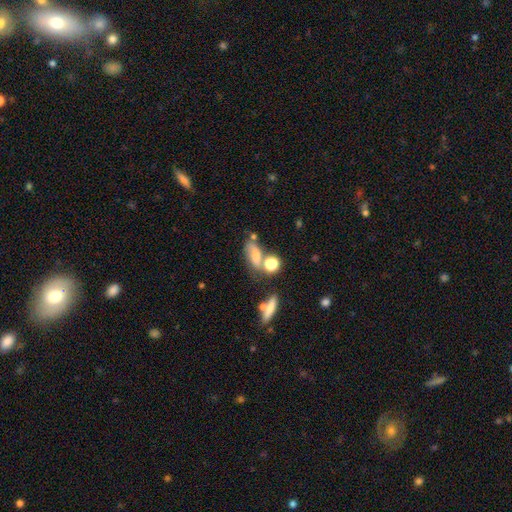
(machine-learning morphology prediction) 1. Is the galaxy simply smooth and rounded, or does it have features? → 52% smooth, 34% featured or disk, 14% star or artifact.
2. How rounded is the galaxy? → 60% in between, 20% cigar-shaped, 20% round.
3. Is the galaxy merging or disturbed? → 43% none, 28% merger, 18% minor disturbance, 11% major disturbance.